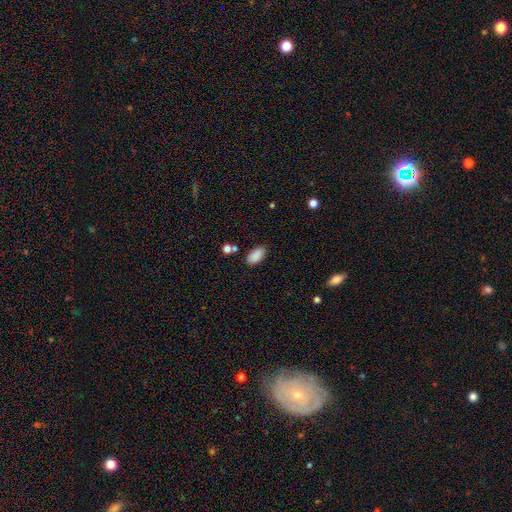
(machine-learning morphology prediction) Smooth or featured?
  - smooth: 88% *
  - star or artifact: 8%
  - featured or disk: 4%
How rounded?
  - in between: 93% *
  - cigar-shaped: 4%
  - round: 3%
Merging?
  - none: 76% *
  - minor disturbance: 15%
  - merger: 5%
  - major disturbance: 3%